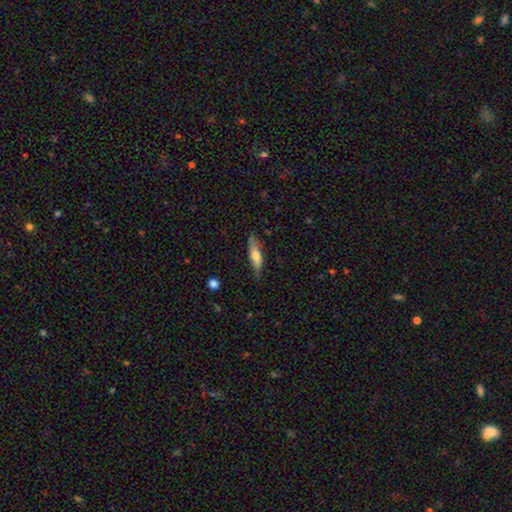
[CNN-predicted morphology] Smooth or featured?
  - smooth: 64% *
  - featured or disk: 30%
  - star or artifact: 6%
How rounded?
  - cigar-shaped: 69% *
  - in between: 29%
  - round: 2%
Merging?
  - none: 76% *
  - minor disturbance: 19%
  - major disturbance: 4%
  - merger: 2%